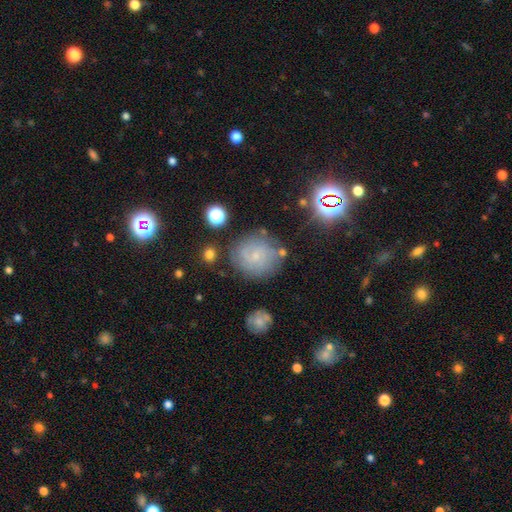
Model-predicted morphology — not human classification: Smooth or featured? Predicted: featured or disk (p=0.47). Merging? Predicted: none (p=0.71).